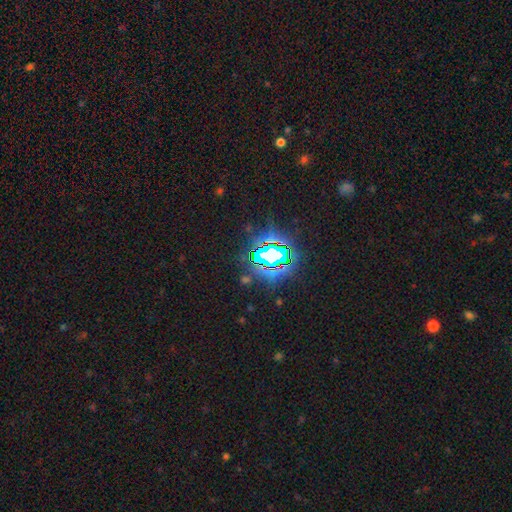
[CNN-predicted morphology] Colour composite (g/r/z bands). It shows a star or artifact, not a galaxy (81%).